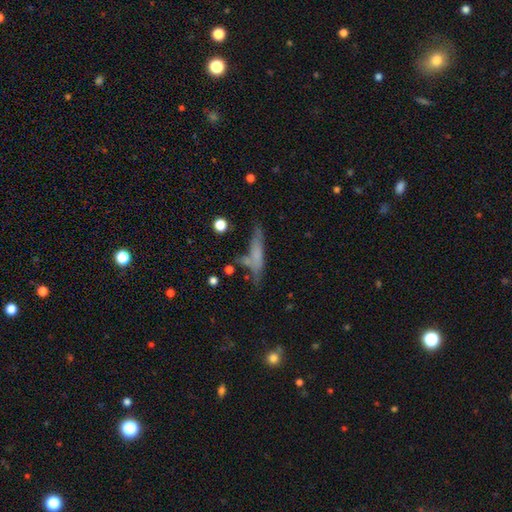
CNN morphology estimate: Overall: smooth (55%; featured or disk 33%). How rounded: cigar-shaped (79%). Merging: none (51%; minor disturbance 24%).